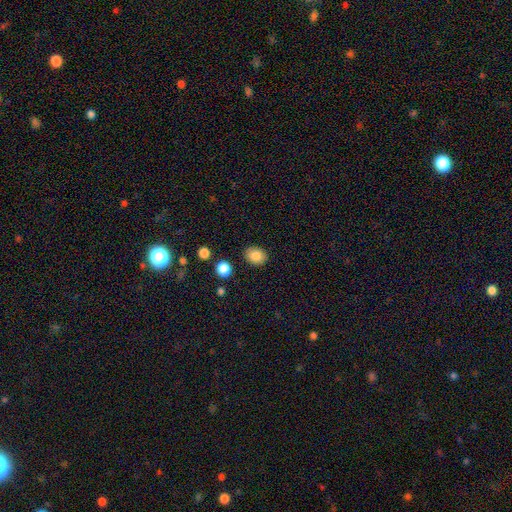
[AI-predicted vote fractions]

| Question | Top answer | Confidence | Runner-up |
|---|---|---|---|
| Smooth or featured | smooth | 86% | star or artifact (9%) |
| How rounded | in between | 58% | round (41%) |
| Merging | none | 87% | minor disturbance (9%) |